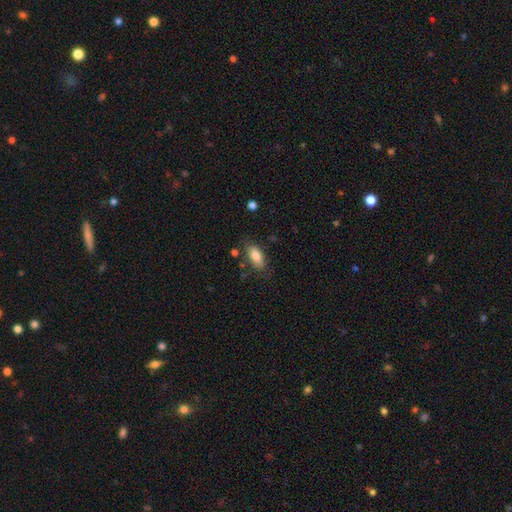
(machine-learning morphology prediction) Smooth or featured: smooth — 82% (featured or disk — 11%)
How rounded: in between — 90% (cigar-shaped — 7%)
Merging: none — 74% (minor disturbance — 17%)